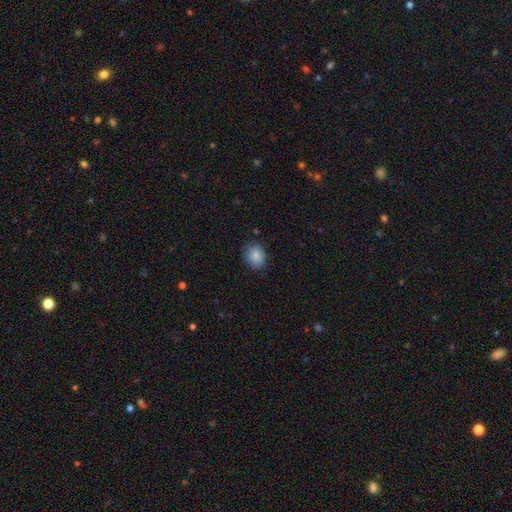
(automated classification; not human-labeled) This is clearly a smooth galaxy (86%). How rounded: likely round (65%). Merging: clearly none (81%).